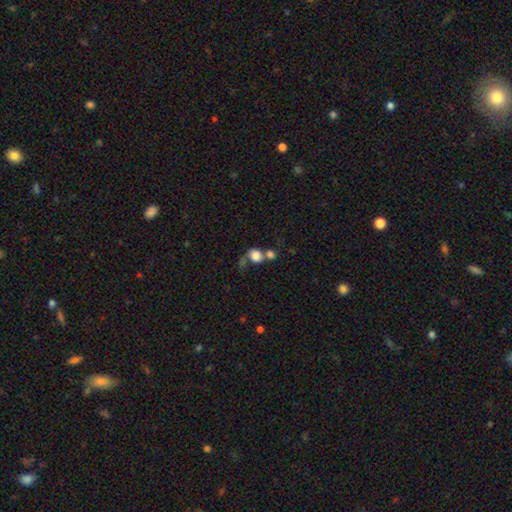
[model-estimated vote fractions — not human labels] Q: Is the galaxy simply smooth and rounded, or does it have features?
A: smooth — 77%.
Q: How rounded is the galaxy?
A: round — 67%.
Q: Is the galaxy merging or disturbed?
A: merger — 51%.